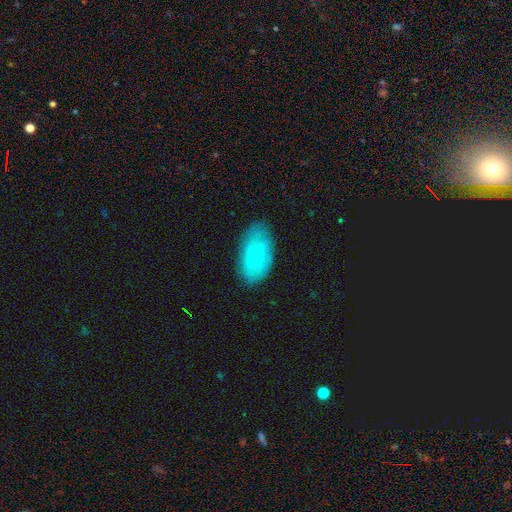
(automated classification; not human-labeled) Smooth or featured: smooth — 61% (featured or disk — 31%)
How rounded: in between — 93% (round — 4%)
Merging: none — 79% (minor disturbance — 16%)